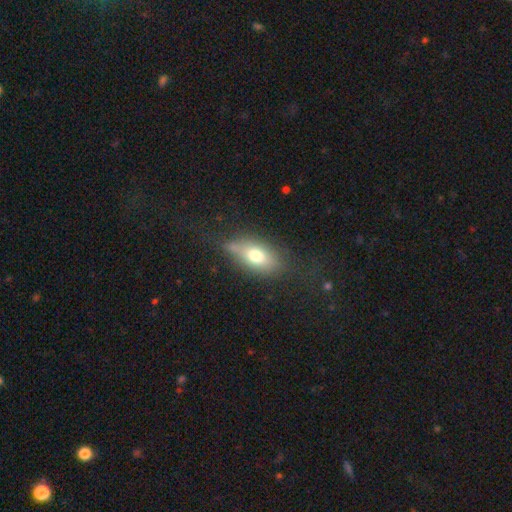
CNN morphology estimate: A smooth galaxy with no disk features (70%) that is in between round and cigar-shaped (83%).

Vote fractions:
- Smooth or featured? smooth: 70% / featured or disk: 21% / star or artifact: 9%
- How rounded? in between: 83% / cigar-shaped: 9% / round: 7%
- Merging? none: 60% / minor disturbance: 25% / major disturbance: 11% / merger: 4%